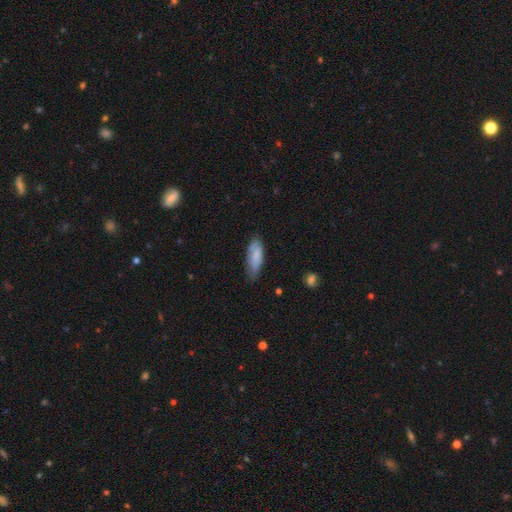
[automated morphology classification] Smooth or featured: smooth — 79% (featured or disk — 15%)
How rounded: in between — 74% (cigar-shaped — 24%)
Merging: none — 63% (minor disturbance — 29%)